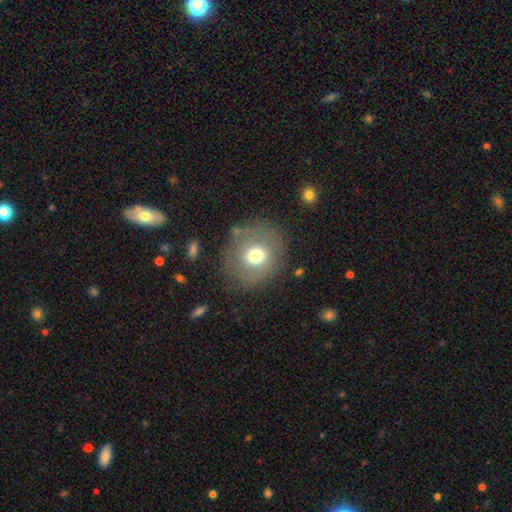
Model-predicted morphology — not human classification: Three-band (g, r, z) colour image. It shows a smooth galaxy with no disk features (67%) that is round (85%). Merging: none (80%).